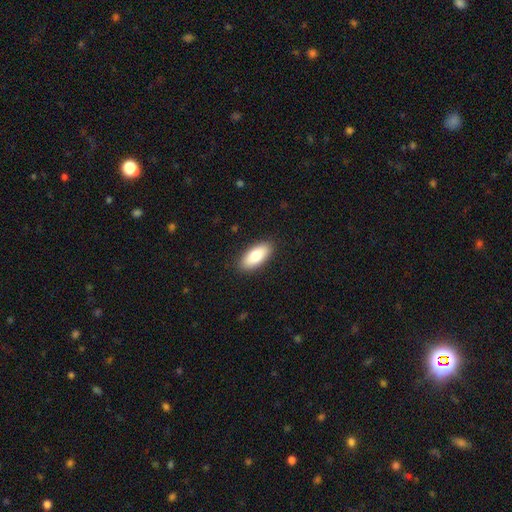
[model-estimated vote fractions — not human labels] smooth 82%, featured or disk 12%, star or artifact 6%. Down the decision tree: how rounded — in between (87%); merging — none (89%).